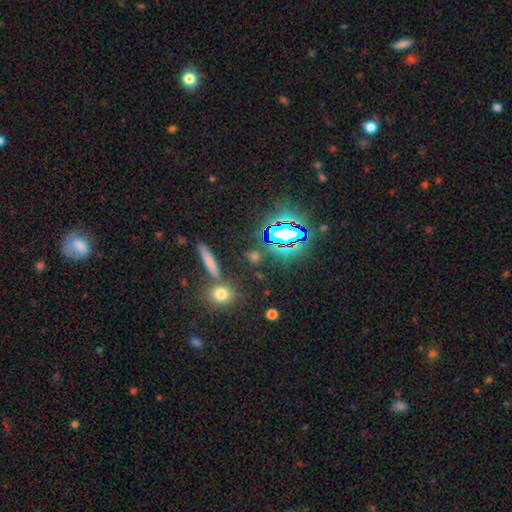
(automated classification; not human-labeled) Overall: star or artifact (53%; smooth 35%).